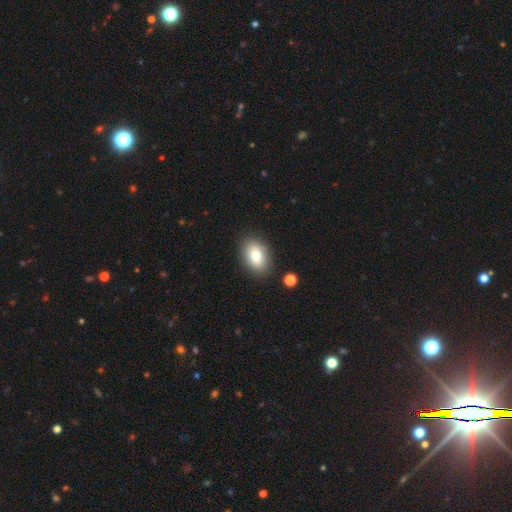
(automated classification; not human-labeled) Smooth or featured? Predicted: smooth (p=0.80). How rounded? Predicted: in between (p=0.86). Merging? Predicted: none (p=0.86).